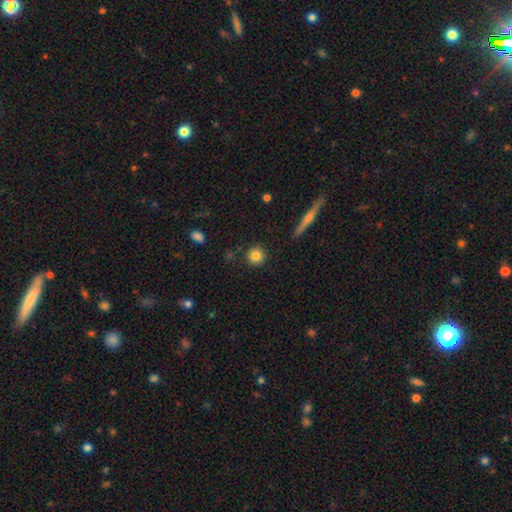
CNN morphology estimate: Overall: smooth (83%). How rounded: round (93%). Merging: none (89%).